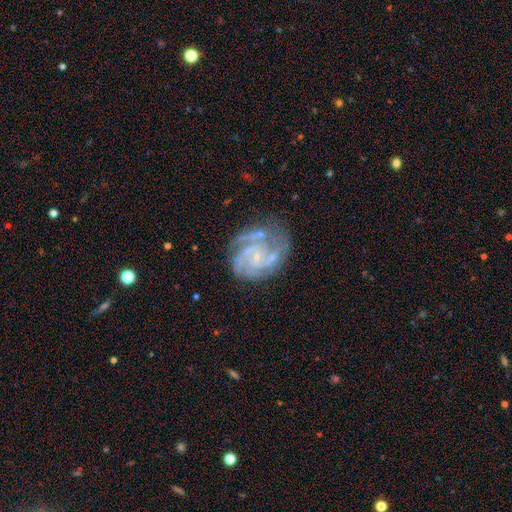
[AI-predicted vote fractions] Overall: featured or disk (87%). Edge-on disk: no (98%). Bar: no (64%; weak 30%). Spiral arms: yes (97%). Spiral arm count: 3 (38%; 2 19%). Spiral winding: tight (55%; medium 37%). Bulge size: small (80%). Merging: none (63%).